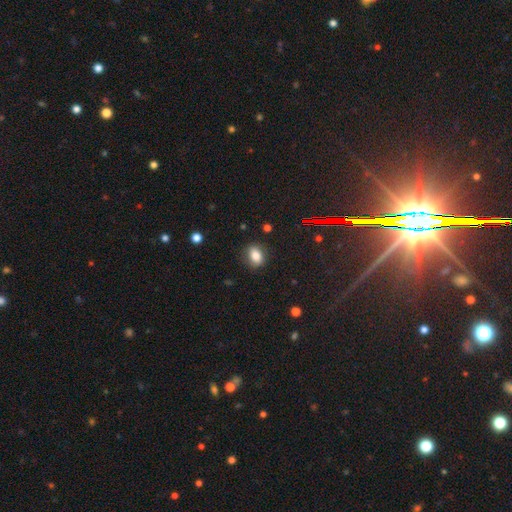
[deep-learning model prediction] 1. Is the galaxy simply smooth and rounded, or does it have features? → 81% smooth, 11% star or artifact, 9% featured or disk.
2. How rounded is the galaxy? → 68% in between, 30% round, 2% cigar-shaped.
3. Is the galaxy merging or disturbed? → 84% none, 11% minor disturbance, 3% major disturbance, 1% merger.